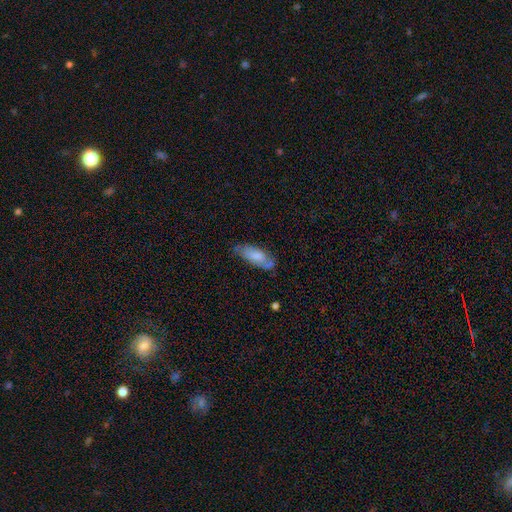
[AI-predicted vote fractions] This is likely a smooth galaxy (65%). How rounded: likely in between (76%). Merging: likely none (62%).